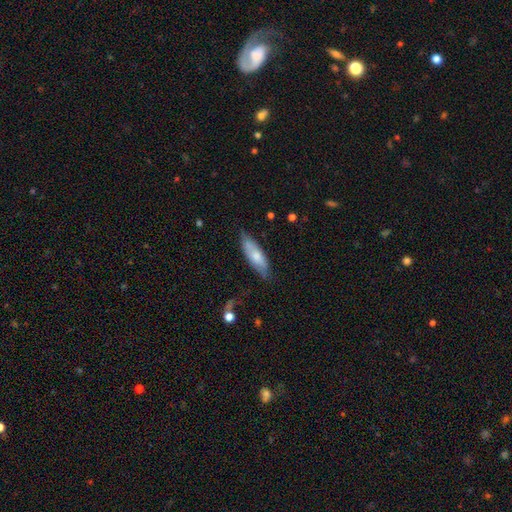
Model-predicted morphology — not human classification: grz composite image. It shows a smooth galaxy with no disk features (65%) that is in between round and cigar-shaped (56%). Merging: none (68%).